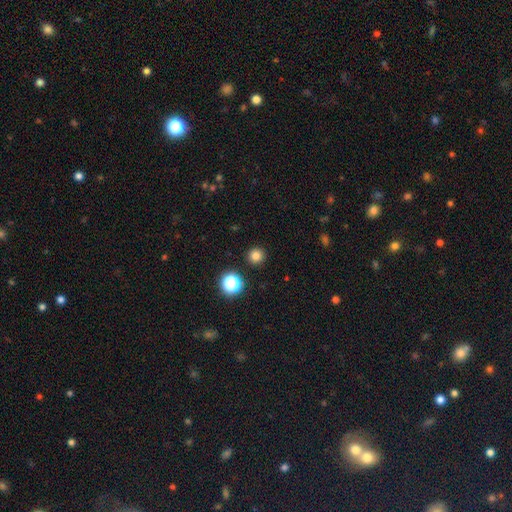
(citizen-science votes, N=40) Smooth or featured? smooth (90%)
How rounded? round (100%)
Merging? none (97%)